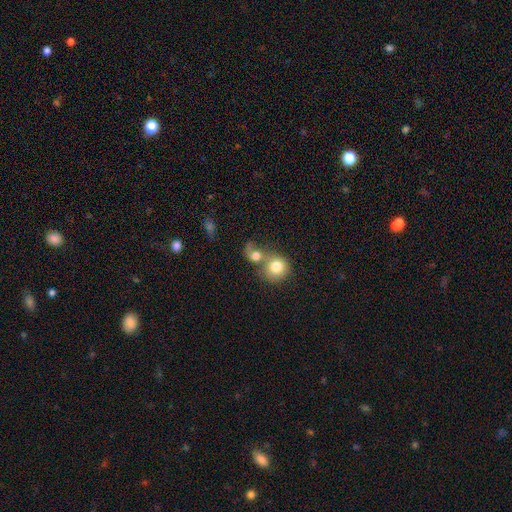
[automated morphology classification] smooth-or-featured: smooth: 70% | featured or disk: 19% | star or artifact: 10%
  how-rounded: round: 74% | in between: 24% | cigar-shaped: 1%
  merging: merger: 63% | none: 22% | minor disturbance: 8% | major disturbance: 7%